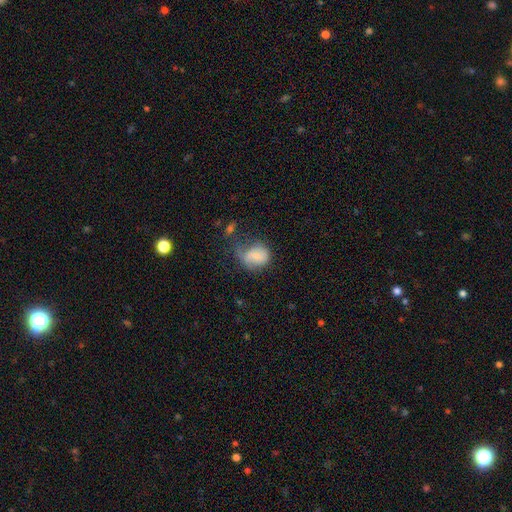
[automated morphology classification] smooth-or-featured: smooth: 63% | featured or disk: 28% | star or artifact: 9%
  how-rounded: round: 53% | in between: 46% | cigar-shaped: 1%
  merging: major disturbance: 32% (tied) | minor disturbance: 32% (tied) | none: 29% | merger: 7%